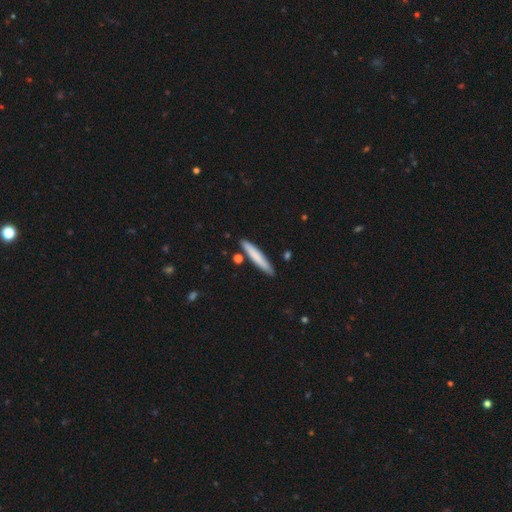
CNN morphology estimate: This is likely a smooth galaxy (76%). How rounded: clearly cigar-shaped (92%). Merging: clearly none (85%).